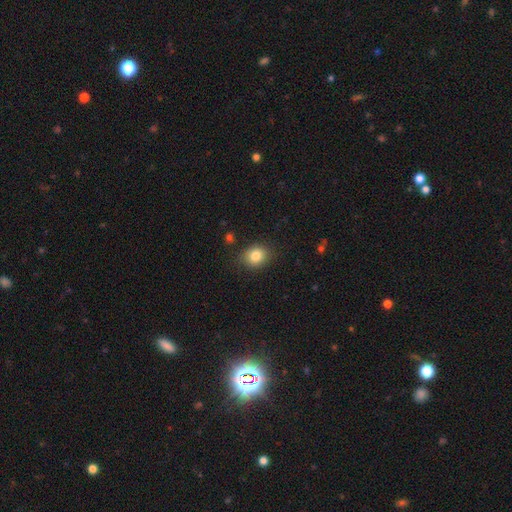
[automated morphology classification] smooth_or_featured: smooth (p=0.83) [alt: star or artifact p=0.10]
how_rounded: round (p=0.60) [alt: in between p=0.39]
merging: none (p=0.85) [alt: minor disturbance p=0.10]